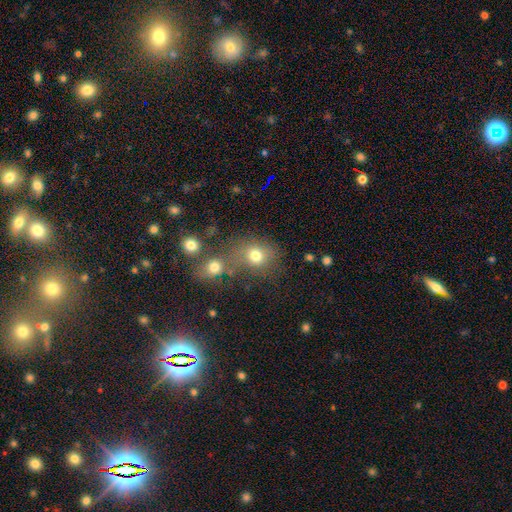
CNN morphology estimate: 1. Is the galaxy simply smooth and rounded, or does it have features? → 74% smooth, 17% star or artifact, 9% featured or disk.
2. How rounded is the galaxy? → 72% round, 26% in between, 1% cigar-shaped.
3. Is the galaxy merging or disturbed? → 51% none, 31% merger, 11% minor disturbance, 7% major disturbance.